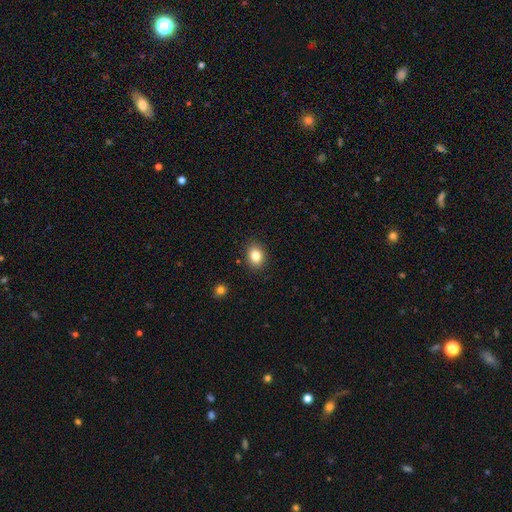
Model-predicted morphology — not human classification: The model was most divided on "how rounded": in between: 55%, round: 44%, cigar-shaped: 1%. More confident: merging — none (88%); smooth or featured — smooth (84%).